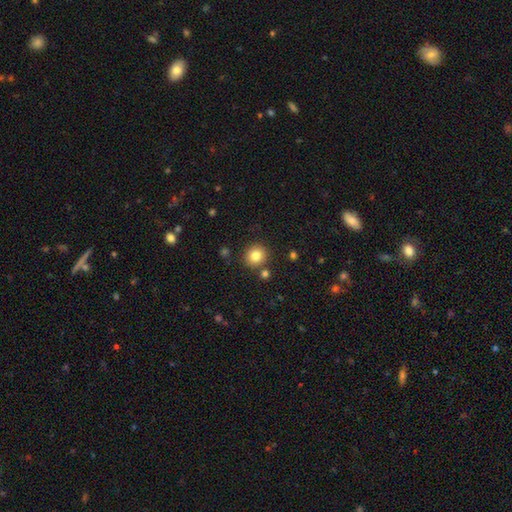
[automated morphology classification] Smooth or featured: smooth — 83% (star or artifact — 11%)
How rounded: round — 89% (in between — 11%)
Merging: none — 86% (minor disturbance — 7%)